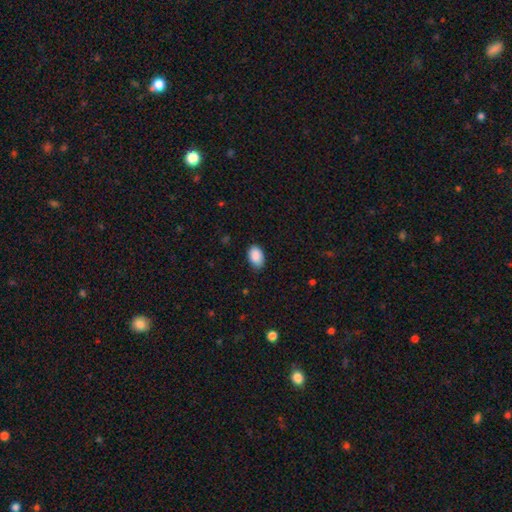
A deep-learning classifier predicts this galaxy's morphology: The model was most divided on "merging": none: 82%, minor disturbance: 15%, major disturbance: 2%, merger: 1%. More confident: how rounded — in between (91%); smooth or featured — smooth (90%).